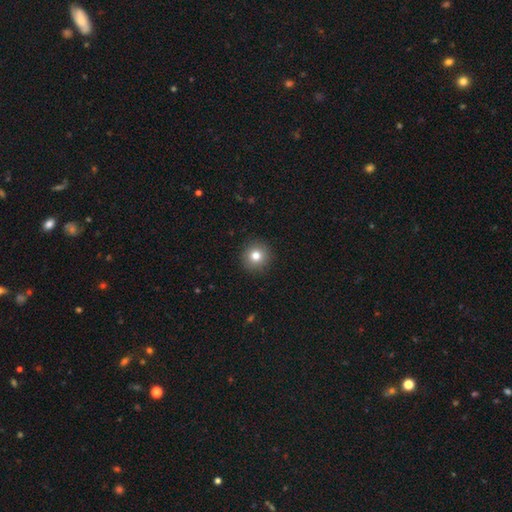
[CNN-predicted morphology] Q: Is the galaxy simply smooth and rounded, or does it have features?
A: smooth — 80%.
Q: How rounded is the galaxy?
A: round — 94%.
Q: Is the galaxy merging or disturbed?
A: none — 92%.